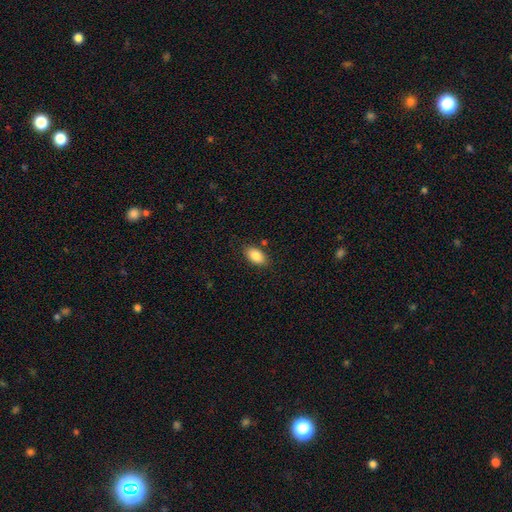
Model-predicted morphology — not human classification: smooth_or_featured: smooth (p=0.87) [alt: star or artifact p=0.07]
how_rounded: in between (p=0.92) [alt: round p=0.05]
merging: none (p=0.83) [alt: minor disturbance p=0.11]